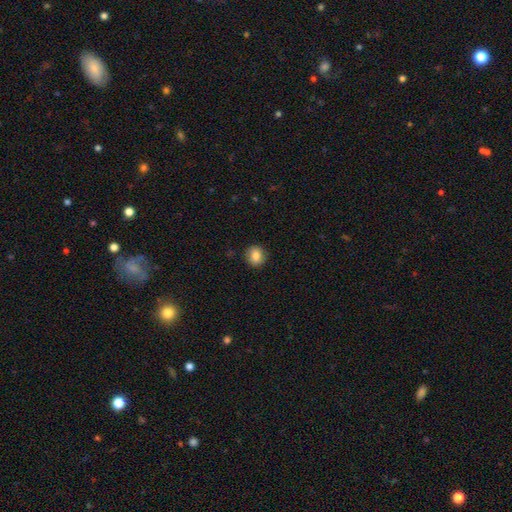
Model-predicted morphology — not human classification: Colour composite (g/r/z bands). It shows a smooth galaxy with no disk features (83%) that is round (86%). Merging: none (89%).